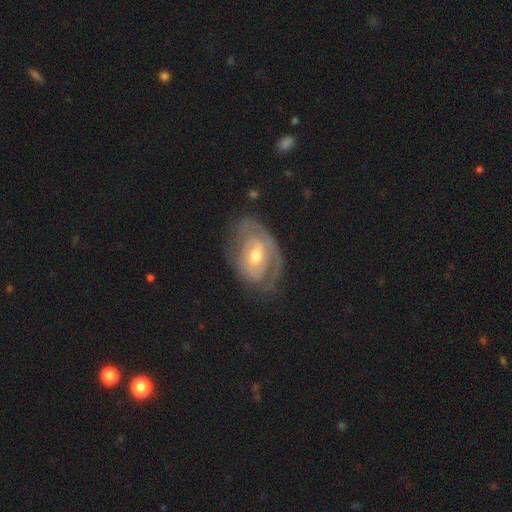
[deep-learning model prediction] Morphology: type=featured or disk (77%); edge-on=no (95%); bar=no (44%); spiral arms=yes (75%); winding=tight (60%); arm count=2 (38%); bulge=moderate (66%); merging=none (61%).